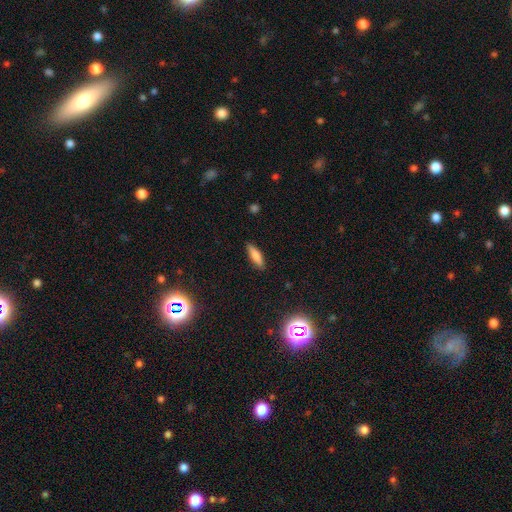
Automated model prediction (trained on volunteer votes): The model was most divided on "how rounded": cigar-shaped: 58%, in between: 40%, round: 2%. More confident: merging — none (87%); smooth or featured — smooth (76%).